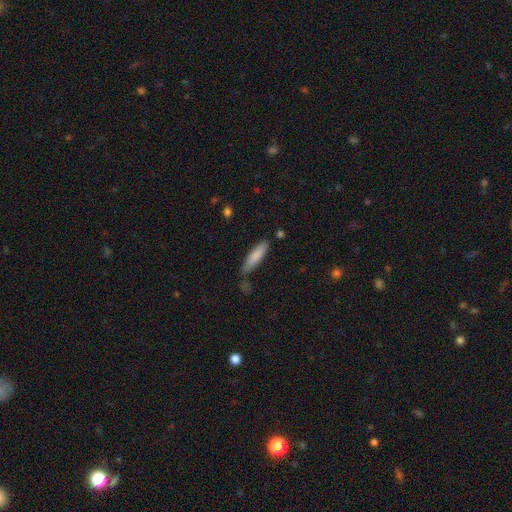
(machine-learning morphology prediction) The model was most divided on "merging": none: 70%, minor disturbance: 20%, merger: 5%, major disturbance: 5%. More confident: smooth or featured — smooth (83%); how rounded — cigar-shaped (76%).